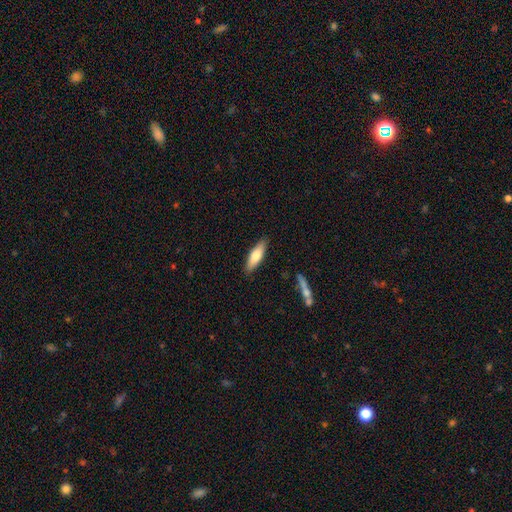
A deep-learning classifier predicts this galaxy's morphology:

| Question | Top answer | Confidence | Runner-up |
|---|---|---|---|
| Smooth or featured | smooth | 72% | featured or disk (22%) |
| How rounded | cigar-shaped | 53% | in between (45%) |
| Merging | none | 88% | minor disturbance (9%) |